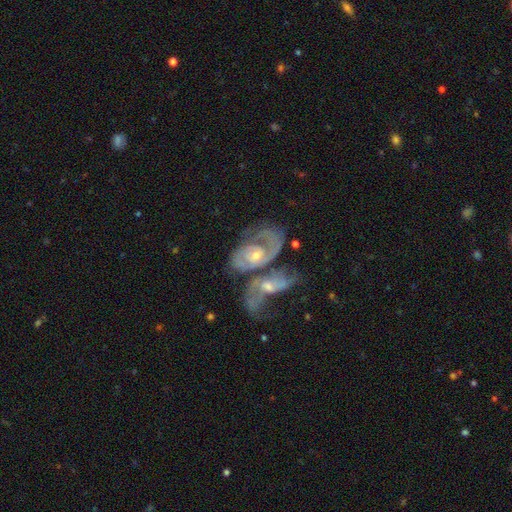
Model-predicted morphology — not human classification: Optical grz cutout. It shows a featured or disk galaxy (82%) with no bar (73%), 2 (46%) tight (55%) spiral arms (87%) and a small central bulge (48%). Merging: merger (57%).